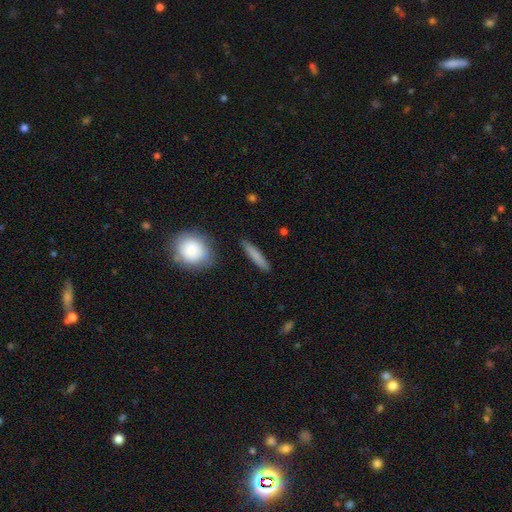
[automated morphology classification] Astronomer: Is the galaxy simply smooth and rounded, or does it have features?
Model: smooth — 77%.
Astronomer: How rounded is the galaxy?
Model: cigar-shaped — 88%.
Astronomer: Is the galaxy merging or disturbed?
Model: none — 87%.